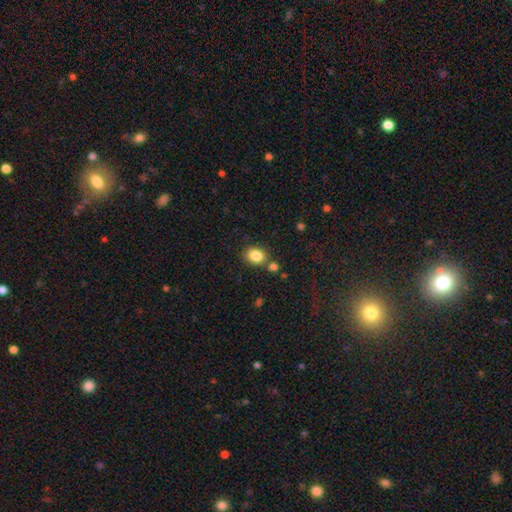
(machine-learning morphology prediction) Overall: smooth (84%). How rounded: in between (52%; round 48%). Merging: none (76%).